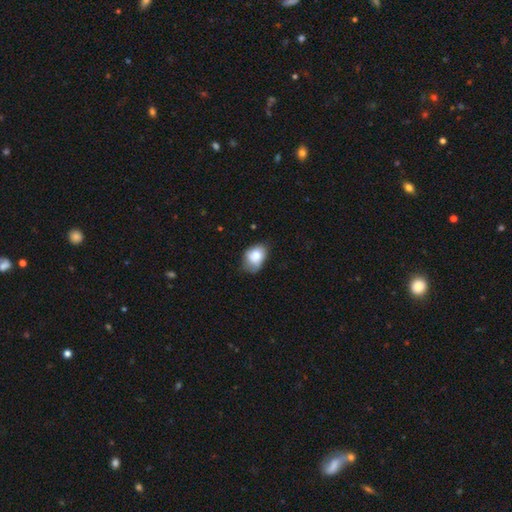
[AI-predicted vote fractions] This is likely a smooth galaxy (78%). How rounded: likely in between (71%). Merging: marginally none (43%).